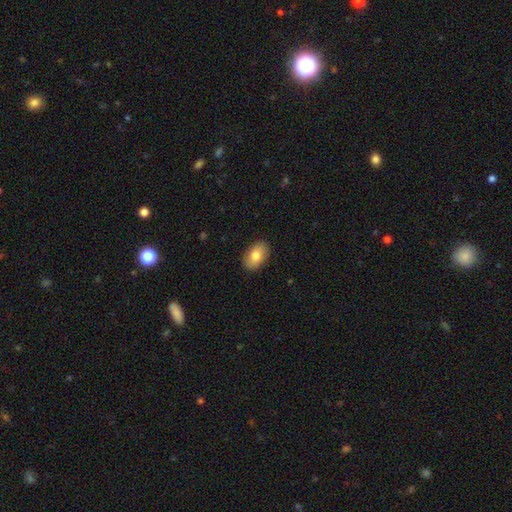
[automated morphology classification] This is likely a smooth galaxy (78%). How rounded: clearly in between (89%). Merging: clearly none (88%).